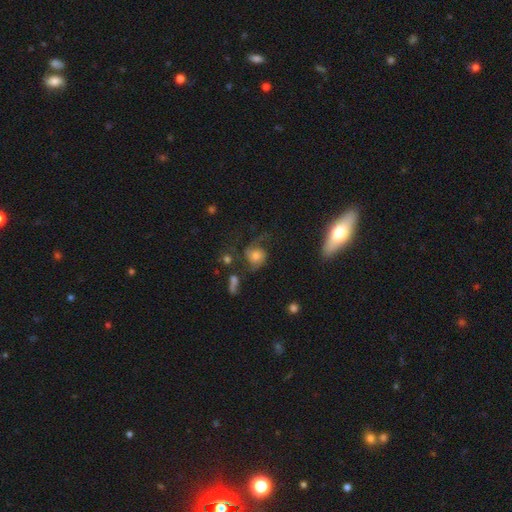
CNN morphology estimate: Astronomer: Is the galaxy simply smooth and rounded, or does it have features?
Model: featured or disk — 68%.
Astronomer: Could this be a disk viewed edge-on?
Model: no — 97%.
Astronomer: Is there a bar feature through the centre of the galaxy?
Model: no — 70%.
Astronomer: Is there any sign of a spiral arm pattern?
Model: yes — 93%.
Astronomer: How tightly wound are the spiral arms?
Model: medium — 43% (runner-up: loose, 41%).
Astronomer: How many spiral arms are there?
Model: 2 — 77%.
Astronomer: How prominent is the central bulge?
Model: moderate — 49%.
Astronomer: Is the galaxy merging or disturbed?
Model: none — 50%.